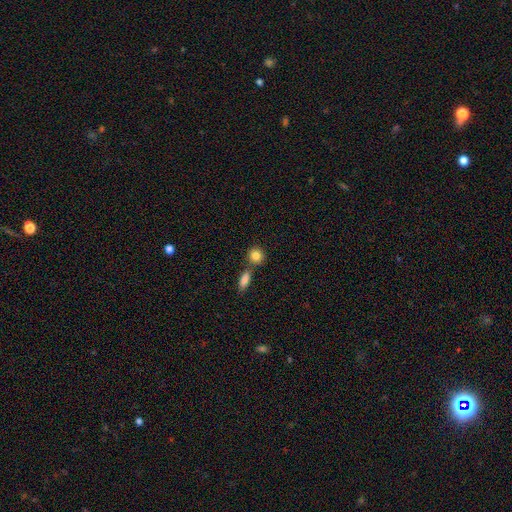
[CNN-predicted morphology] Smooth or featured: smooth — 85% (star or artifact — 8%)
How rounded: round — 76% (in between — 21%)
Merging: none — 64% (merger — 24%)